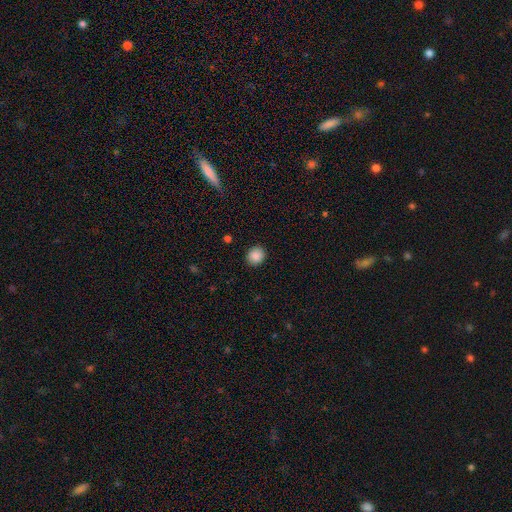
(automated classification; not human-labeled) Morphology: type=smooth (88%); roundness=round (83%); merging=none (91%).